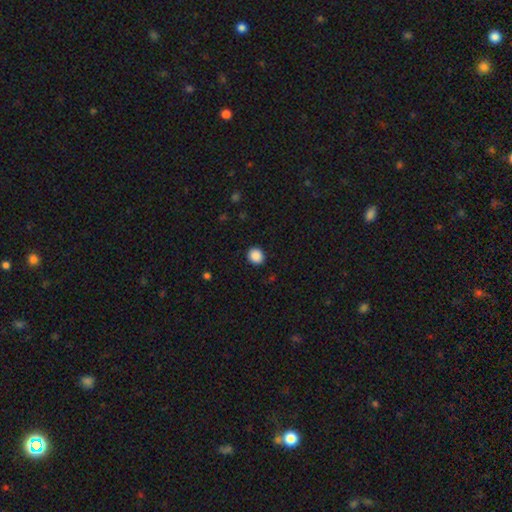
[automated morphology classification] Smooth or featured? Predicted: smooth (p=0.89). How rounded? Predicted: round (p=0.85). Merging? Predicted: none (p=0.91).